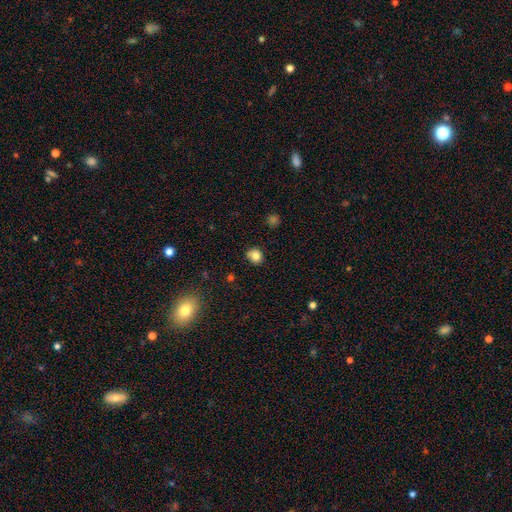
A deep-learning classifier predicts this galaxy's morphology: A smooth galaxy with no disk features (80%) that is round (81%).

Vote fractions:
- Smooth or featured? smooth: 80% / star or artifact: 12% / featured or disk: 8%
- How rounded? round: 81% / in between: 18% / cigar-shaped: 1%
- Merging? none: 77% / minor disturbance: 15% / merger: 5% / major disturbance: 3%